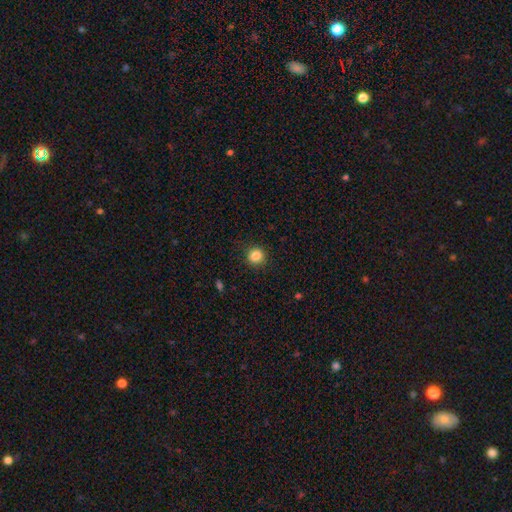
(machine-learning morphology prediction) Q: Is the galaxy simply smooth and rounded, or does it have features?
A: smooth — 85%.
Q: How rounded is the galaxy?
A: round — 86%.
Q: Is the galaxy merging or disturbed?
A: none — 89%.